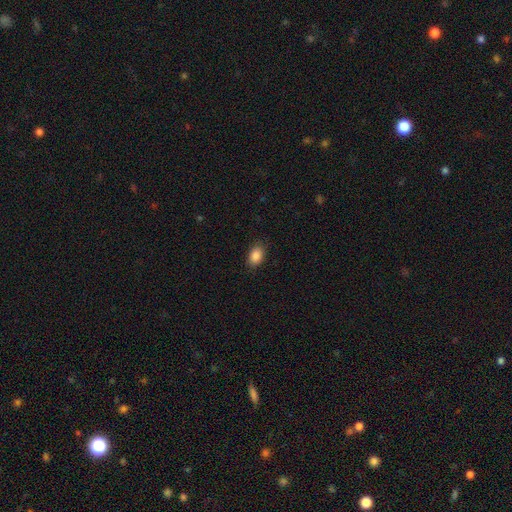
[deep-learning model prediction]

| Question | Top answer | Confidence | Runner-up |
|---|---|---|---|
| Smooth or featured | smooth | 88% | star or artifact (8%) |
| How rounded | in between | 88% | round (11%) |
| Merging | none | 87% | minor disturbance (10%) |